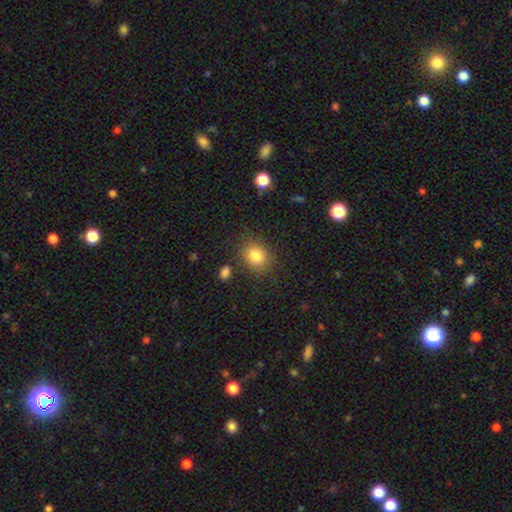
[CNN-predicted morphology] Smooth or featured? Predicted: smooth (p=0.83). How rounded? Predicted: round (p=0.65). Merging? Predicted: none (p=0.82).